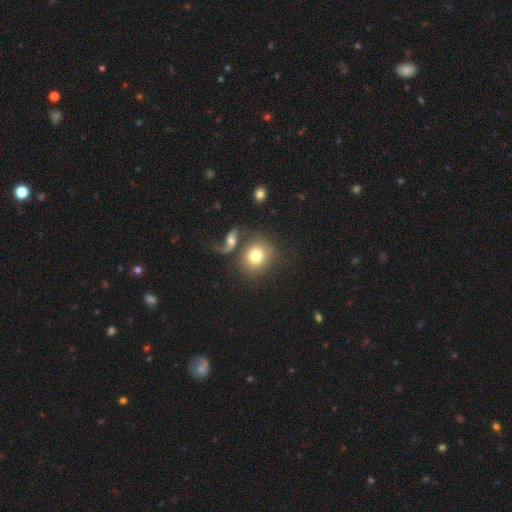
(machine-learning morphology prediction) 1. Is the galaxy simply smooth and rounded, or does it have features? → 73% smooth, 18% featured or disk, 9% star or artifact.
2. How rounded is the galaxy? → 84% round, 15% in between, 1% cigar-shaped.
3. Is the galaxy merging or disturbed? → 56% none, 22% merger, 12% minor disturbance, 10% major disturbance.